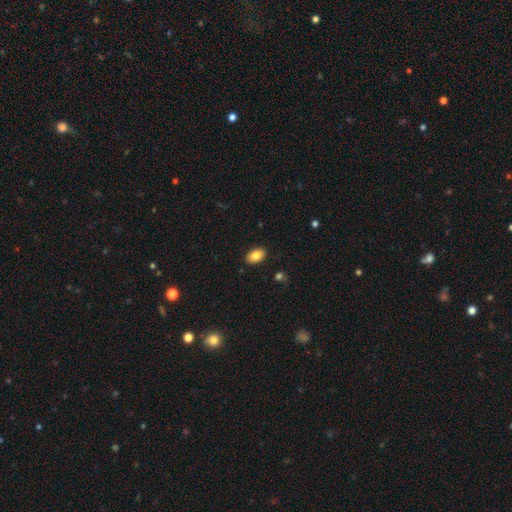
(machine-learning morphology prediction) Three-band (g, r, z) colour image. It shows a smooth galaxy with no disk features (83%) that is in between round and cigar-shaped (93%). Merging: none (88%).